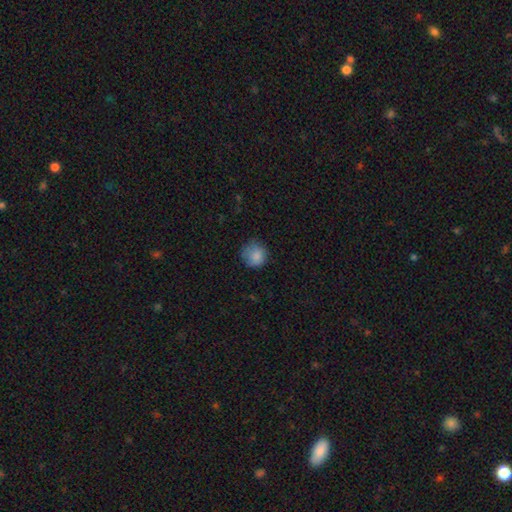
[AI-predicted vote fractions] A smooth galaxy with no disk features (85%) that is round (90%). Merging: none (73%).